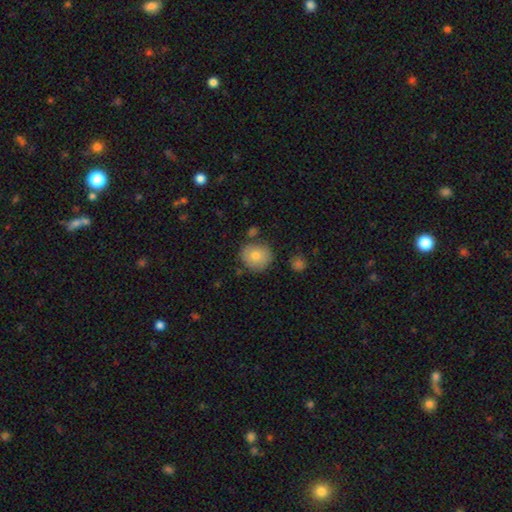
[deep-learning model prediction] Morphology: type=smooth (79%); roundness=round (82%); merging=none (78%).